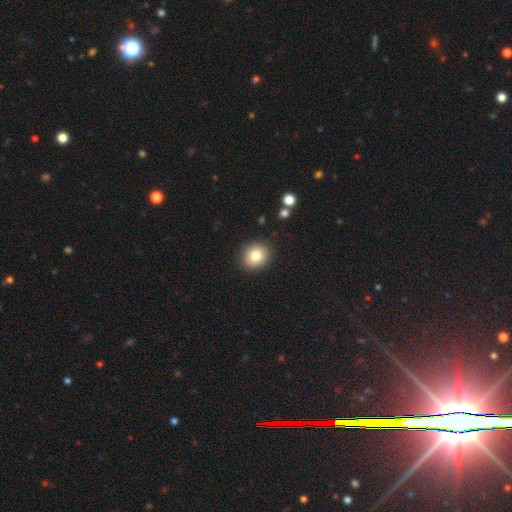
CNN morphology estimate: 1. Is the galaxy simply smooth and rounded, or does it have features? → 81% smooth, 10% star or artifact, 9% featured or disk.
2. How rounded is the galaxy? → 75% round, 24% in between, 1% cigar-shaped.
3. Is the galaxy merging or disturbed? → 89% none, 8% minor disturbance, 2% major disturbance, 1% merger.